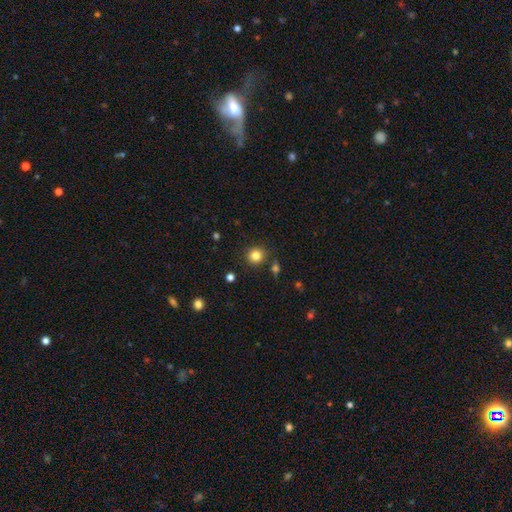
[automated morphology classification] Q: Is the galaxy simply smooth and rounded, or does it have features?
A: smooth — 83%.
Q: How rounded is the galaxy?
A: round — 88%.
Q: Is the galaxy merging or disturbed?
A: none — 85%.